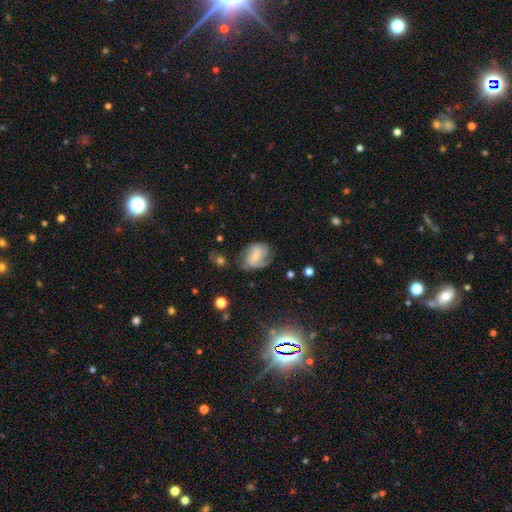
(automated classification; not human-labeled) A featured or disk galaxy (58%) with a weak bar (43%), spiral arms (86%) and a small central bulge (56%).

Vote fractions:
- Smooth or featured? featured or disk: 58% / smooth: 33% / star or artifact: 9%
- Edge-on disk? no: 97% / yes: 3%
- Bar? weak: 43% / no: 41% / strong: 16%
- Spiral arms? yes: 86% / no: 14%
- Bulge size? small: 56% / moderate: 22% / none: 18% / large: 3% / dominant: 1%
- Merging? none: 53% / minor disturbance: 27% / major disturbance: 17% / merger: 3%